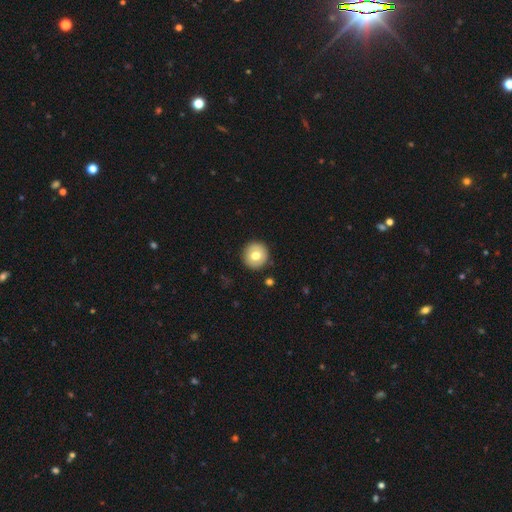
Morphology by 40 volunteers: Q: Smooth or featured?
A: smooth (65%); runner-up: featured or disk (28%)
Q: How rounded?
A: round (100%)
Q: Merging?
A: none (86%); runner-up: minor disturbance (8%)